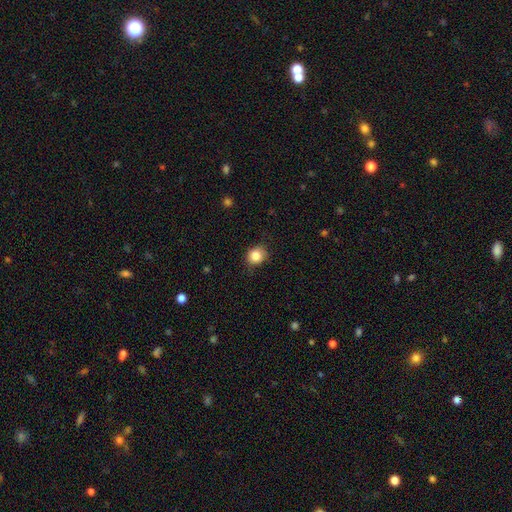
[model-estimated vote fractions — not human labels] Q: Smooth or featured?
A: smooth (84%); runner-up: star or artifact (10%)
Q: How rounded?
A: round (72%); runner-up: in between (27%)
Q: Merging?
A: none (77%); runner-up: minor disturbance (18%)